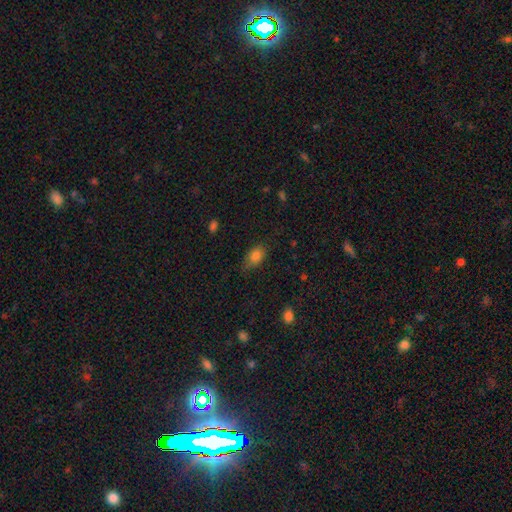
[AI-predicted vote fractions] Smooth or featured: smooth — 82% (star or artifact — 10%)
How rounded: in between — 84% (round — 14%)
Merging: none — 69% (minor disturbance — 24%)